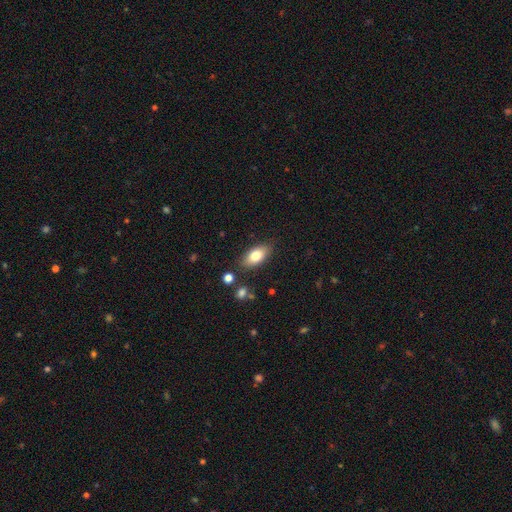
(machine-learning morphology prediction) type=smooth (79%); roundness=in between (88%); merging=none (83%).